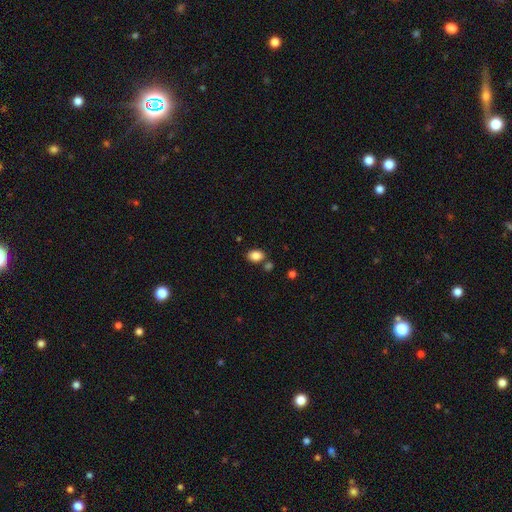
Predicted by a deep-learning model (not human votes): Smooth or featured?
  - smooth: 86% *
  - star or artifact: 9%
  - featured or disk: 5%
How rounded?
  - in between: 77% *
  - round: 22%
  - cigar-shaped: 1%
Merging?
  - none: 76% *
  - minor disturbance: 11%
  - merger: 10%
  - major disturbance: 3%